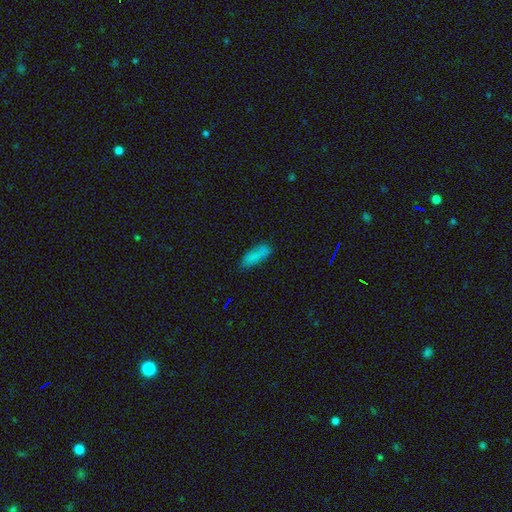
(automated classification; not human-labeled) A smooth galaxy with no disk features (81%) that is in between round and cigar-shaped (57%). Merging: none (76%).